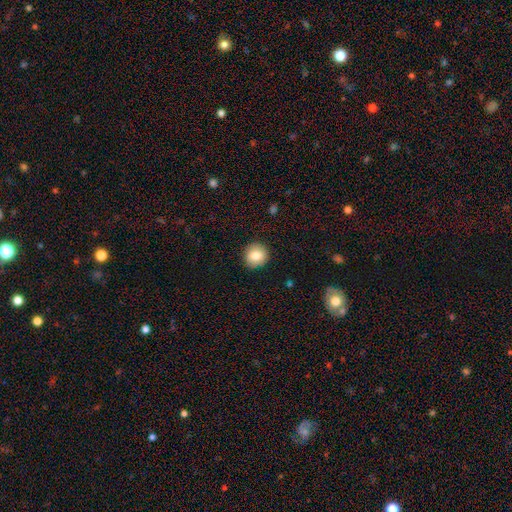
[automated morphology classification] Smooth or featured?
  - smooth: 82% *
  - featured or disk: 9%
  - star or artifact: 9%
How rounded?
  - round: 92% *
  - in between: 7%
  - cigar-shaped: 1%
Merging?
  - none: 91% *
  - minor disturbance: 6%
  - major disturbance: 2%
  - merger: 1%